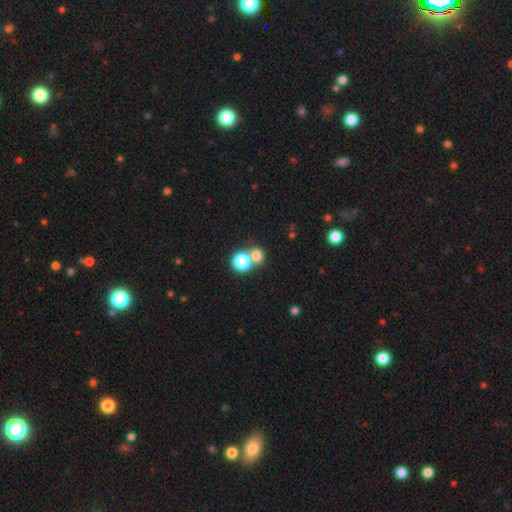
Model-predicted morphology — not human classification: Smooth or featured: smooth — 75% (star or artifact — 15%)
How rounded: round — 81% (in between — 18%)
Merging: none — 46% (merger — 45%)